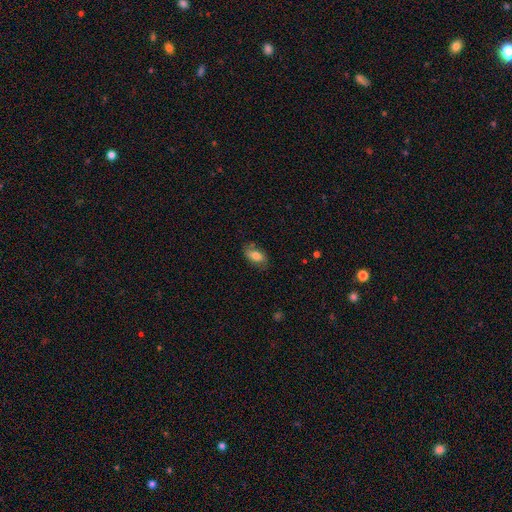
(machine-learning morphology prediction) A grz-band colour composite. It shows a smooth galaxy with no disk features (78%) that is in between round and cigar-shaped (89%). Merging: none (73%).